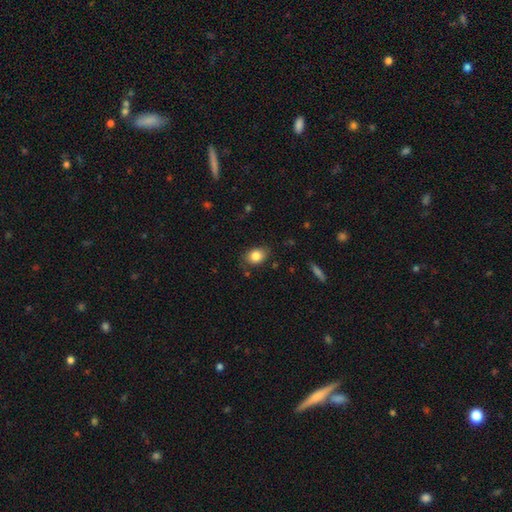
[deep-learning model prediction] Q: Smooth or featured?
A: smooth (84%); runner-up: star or artifact (9%)
Q: How rounded?
A: in between (65%); runner-up: round (33%)
Q: Merging?
A: none (79%); runner-up: minor disturbance (16%)